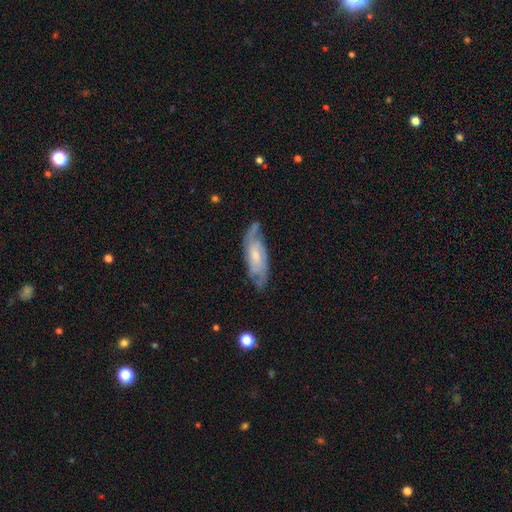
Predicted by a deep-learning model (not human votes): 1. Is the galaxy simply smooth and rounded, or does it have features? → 77% featured or disk, 18% smooth, 6% star or artifact.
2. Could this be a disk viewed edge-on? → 87% no, 13% yes.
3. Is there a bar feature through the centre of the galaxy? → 56% no, 37% weak, 7% strong.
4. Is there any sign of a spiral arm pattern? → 93% yes, 7% no.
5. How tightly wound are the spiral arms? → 46% tight, 41% medium, 13% loose.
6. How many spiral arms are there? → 44% 2, 30% can't tell, 14% 3, 5% 4, 4% 1, 3% more than 4.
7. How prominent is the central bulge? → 49% small, 39% moderate, 8% none, 4% large, 1% dominant.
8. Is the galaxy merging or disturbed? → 69% none, 21% minor disturbance, 7% major disturbance, 2% merger.